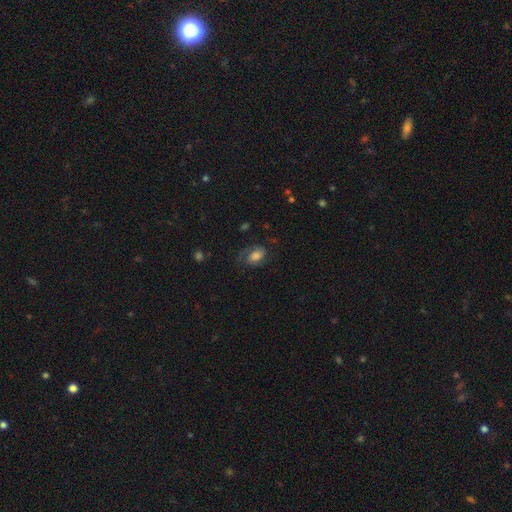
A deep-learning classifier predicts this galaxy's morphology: The model was most divided on "smooth or featured": featured or disk: 50%, smooth: 41%, star or artifact: 10%. More confident: merging — none (62%).